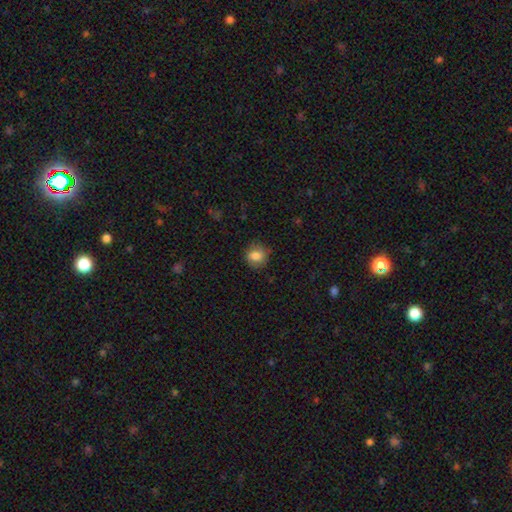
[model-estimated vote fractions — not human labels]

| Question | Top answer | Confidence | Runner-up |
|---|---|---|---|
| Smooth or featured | smooth | 82% | star or artifact (9%) |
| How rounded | round | 78% | in between (21%) |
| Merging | none | 82% | minor disturbance (14%) |